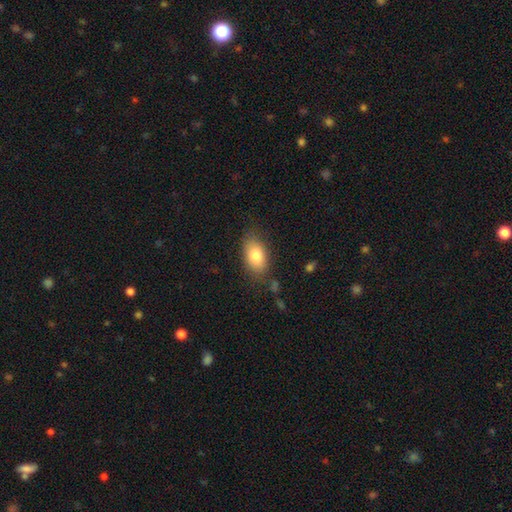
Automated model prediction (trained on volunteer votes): Q: Smooth or featured?
A: smooth (82%); runner-up: featured or disk (11%)
Q: How rounded?
A: in between (90%); runner-up: round (7%)
Q: Merging?
A: none (77%); runner-up: minor disturbance (16%)